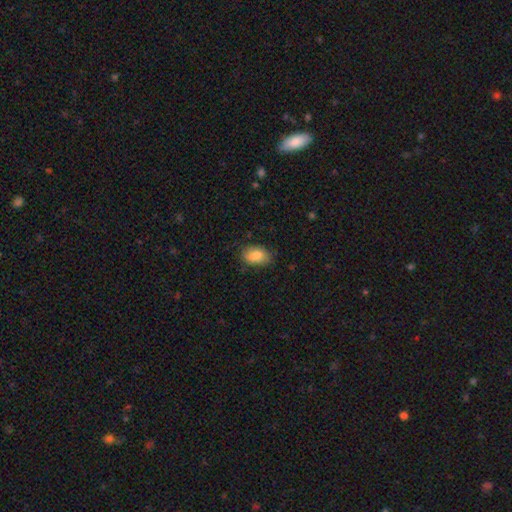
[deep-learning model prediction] The model was most divided on "merging": none: 77%, minor disturbance: 18%, major disturbance: 4%, merger: 1%. More confident: how rounded — in between (90%); smooth or featured — smooth (87%).